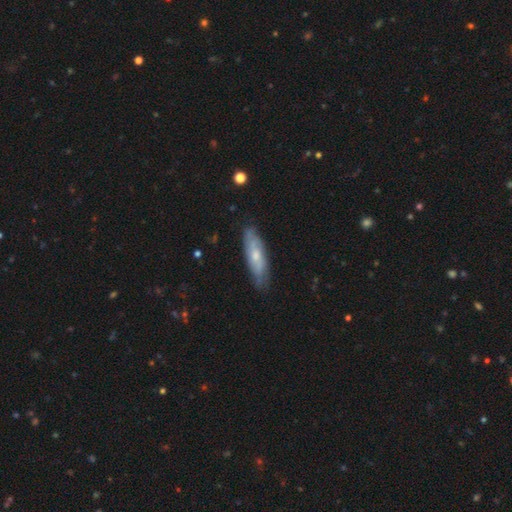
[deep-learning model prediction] Morphology: type=featured or disk (48%); merging=none (75%).